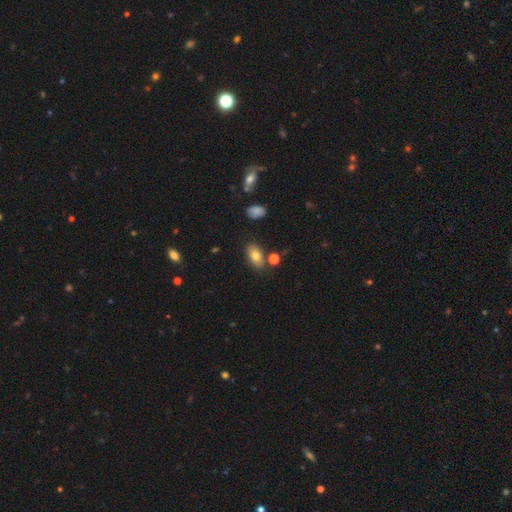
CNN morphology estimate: This appears to be a smooth galaxy with no disk features (76%) that is in between round and cigar-shaped (89%). Merging: none (78%).